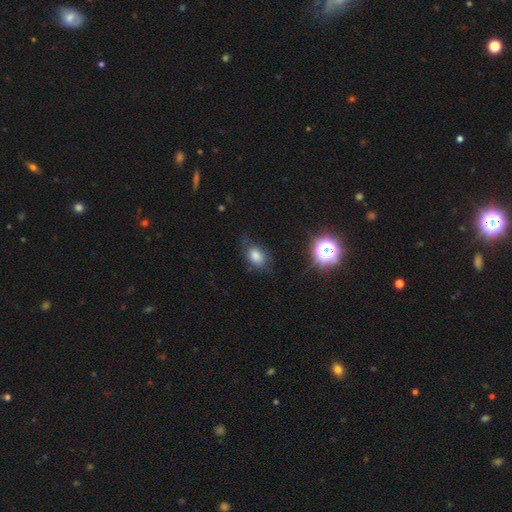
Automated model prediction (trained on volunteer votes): smooth 75%, star or artifact 15%, featured or disk 10%. Down the decision tree: how rounded — in between (72%); merging — none (65%).